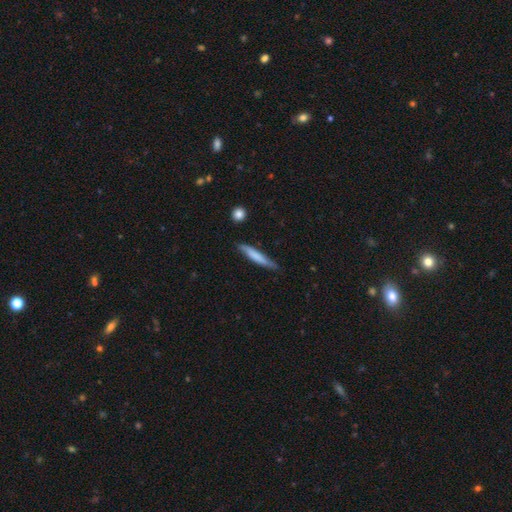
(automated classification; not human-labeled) smooth_or_featured: smooth (p=0.68) [alt: featured or disk p=0.27]
how_rounded: cigar-shaped (p=0.92) [alt: in between p=0.07]
merging: none (p=0.77) [alt: minor disturbance p=0.18]